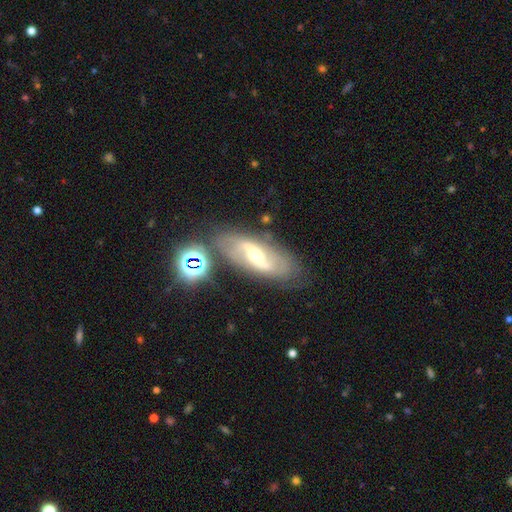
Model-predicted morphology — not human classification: featured or disk 75%, smooth 15%, star or artifact 10%. Down the decision tree: edge-on disk — no (86%); bar — weak (43%); spiral arms — yes (84%); spiral arm count — 2 (75%); spiral winding — medium (40%); bulge size — moderate (60%); merging — none (69%).